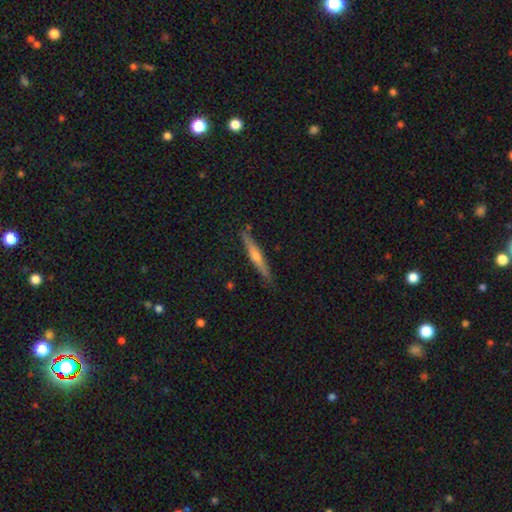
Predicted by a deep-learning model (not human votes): featured or disk 62%, smooth 32%, star or artifact 6%. Down the decision tree: edge-on disk — yes (97%); edge-on bulge — rounded (84%); merging — none (87%).